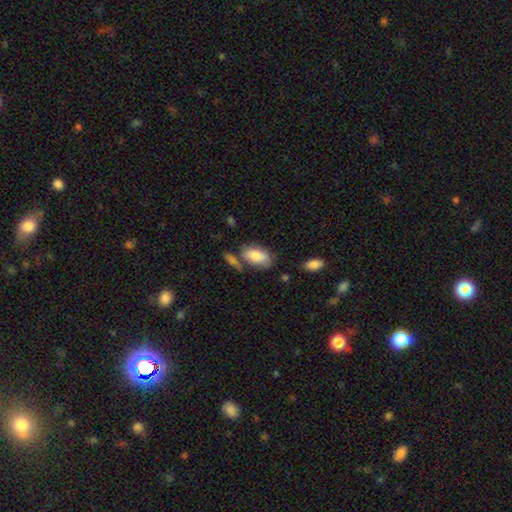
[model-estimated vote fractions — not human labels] A smooth galaxy with no disk features (79%) that is in between round and cigar-shaped (92%). Merging: none (57%).